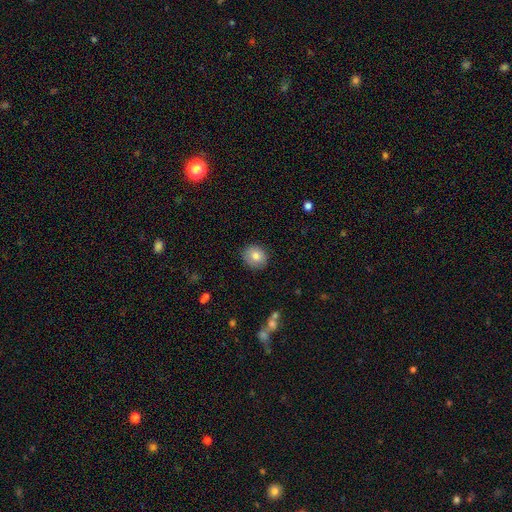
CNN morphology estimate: The model was most divided on "how rounded": round: 74%, in between: 25%, cigar-shaped: 1%. More confident: merging — none (87%); smooth or featured — smooth (81%).